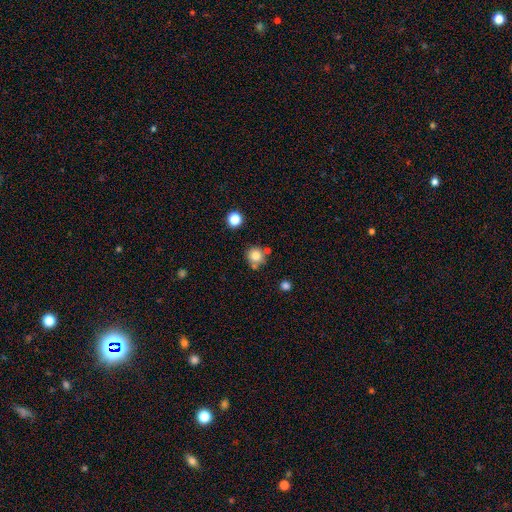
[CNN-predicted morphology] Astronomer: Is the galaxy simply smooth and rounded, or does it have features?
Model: smooth — 79%.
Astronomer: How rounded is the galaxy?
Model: round — 90%.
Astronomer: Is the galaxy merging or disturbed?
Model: none — 67%.